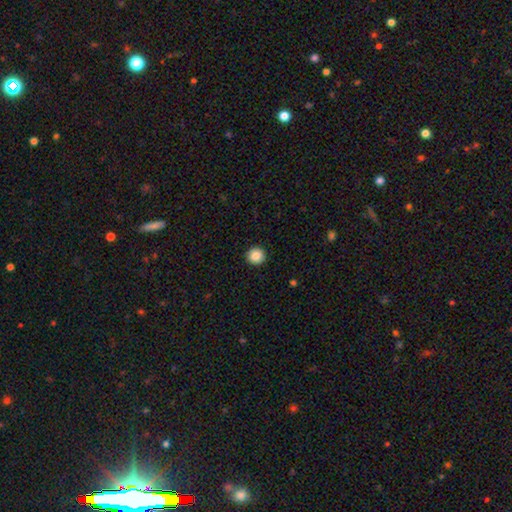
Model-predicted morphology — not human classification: smooth-or-featured: smooth: 87% | star or artifact: 9% | featured or disk: 4%
  how-rounded: round: 95% | in between: 4% | cigar-shaped: 1%
  merging: none: 93% | minor disturbance: 4% | major disturbance: 2% | merger: 1%